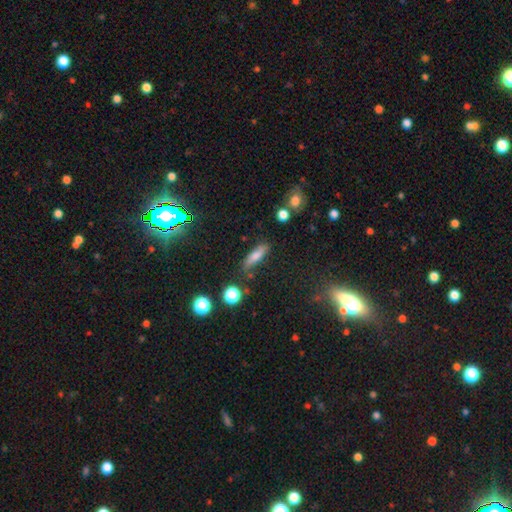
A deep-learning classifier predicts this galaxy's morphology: A smooth galaxy with no disk features (62%) that is cigar-shaped (60%).

Vote fractions:
- Smooth or featured? smooth: 62% / featured or disk: 22% / star or artifact: 16%
- How rounded? cigar-shaped: 60% / in between: 36% / round: 4%
- Merging? none: 76% / minor disturbance: 16% / major disturbance: 5% / merger: 4%